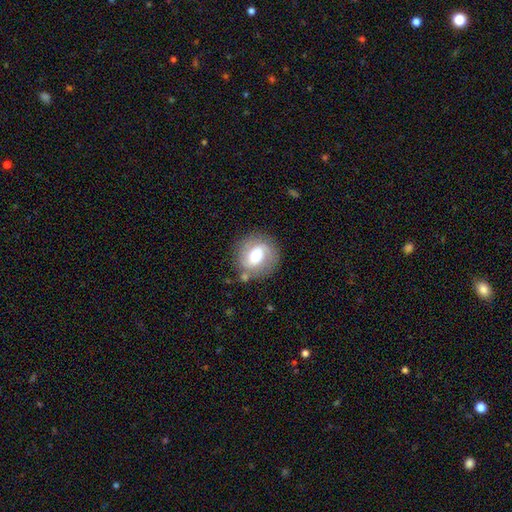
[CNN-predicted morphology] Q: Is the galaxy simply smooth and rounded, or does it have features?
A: featured or disk — 56%.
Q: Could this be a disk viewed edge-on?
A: no — 95%.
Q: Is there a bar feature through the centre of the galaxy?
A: weak — 46%.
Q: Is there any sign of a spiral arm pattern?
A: yes — 71%.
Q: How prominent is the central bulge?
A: moderate — 66%.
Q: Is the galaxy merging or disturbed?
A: none — 76%.